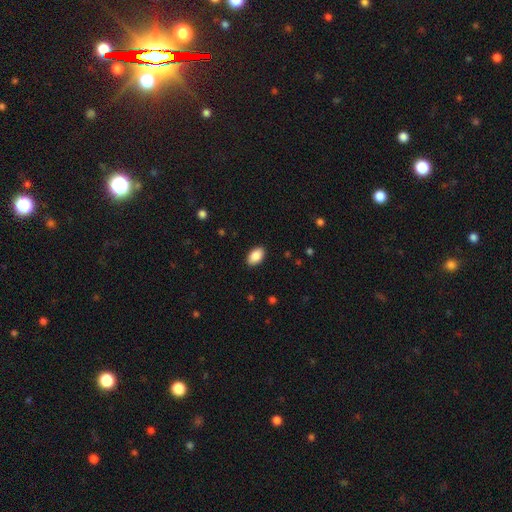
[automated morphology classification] The model was most divided on "merging": none: 89%, minor disturbance: 8%, major disturbance: 2%, merger: 1%. More confident: how rounded — in between (93%); smooth or featured — smooth (89%).